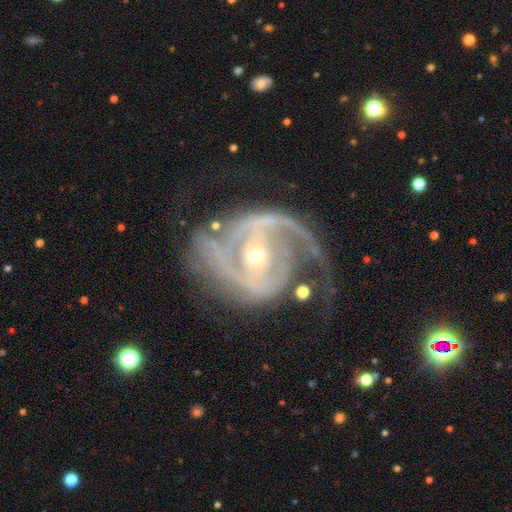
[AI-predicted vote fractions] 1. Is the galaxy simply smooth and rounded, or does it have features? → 90% featured or disk, 5% star or artifact, 5% smooth.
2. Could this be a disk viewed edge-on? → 97% no, 3% yes.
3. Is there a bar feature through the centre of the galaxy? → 37% weak, 35% no, 28% strong.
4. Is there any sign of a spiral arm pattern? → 95% yes, 5% no.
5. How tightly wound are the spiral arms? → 44% medium, 38% tight, 18% loose.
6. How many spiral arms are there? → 56% 2, 15% 1, 13% can't tell, 10% 3, 3% 4, 3% more than 4.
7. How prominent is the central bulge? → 57% small, 40% moderate, 2% large, 1% none, 1% dominant.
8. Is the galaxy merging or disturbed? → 46% none, 30% major disturbance, 21% minor disturbance, 3% merger.